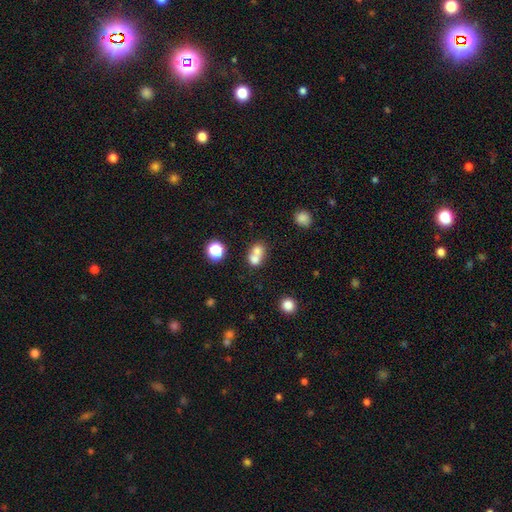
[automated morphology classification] A smooth galaxy with no disk features (71%) that is round (67%).

Vote fractions:
- Smooth or featured? smooth: 71% / featured or disk: 17% / star or artifact: 12%
- How rounded? round: 67% / in between: 32% / cigar-shaped: 1%
- Merging? merger: 66% / none: 26% / minor disturbance: 5% / major disturbance: 3%